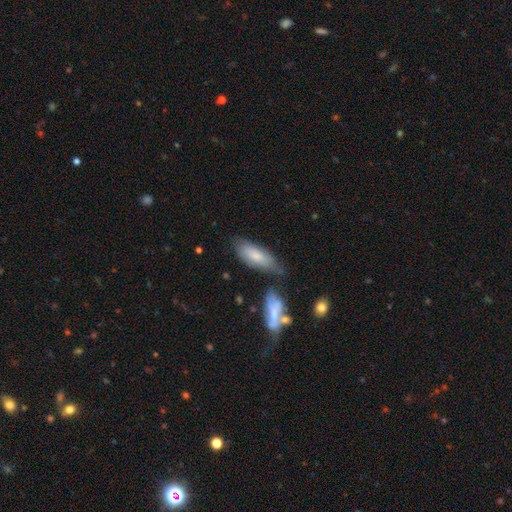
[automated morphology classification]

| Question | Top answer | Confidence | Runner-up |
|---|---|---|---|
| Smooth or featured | smooth | 72% | featured or disk (21%) |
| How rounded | in between | 70% | cigar-shaped (28%) |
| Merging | none | 54% | minor disturbance (26%) |